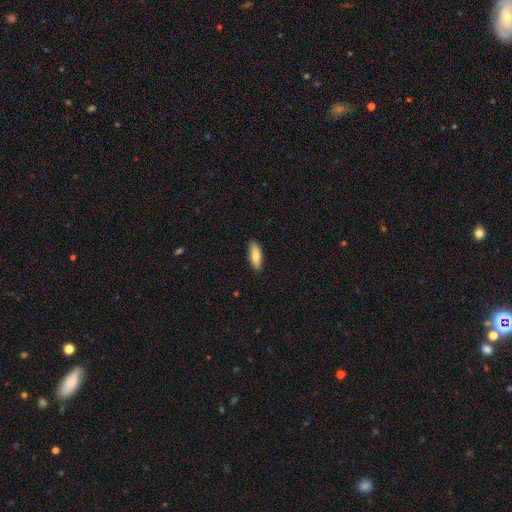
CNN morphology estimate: The model was most divided on "how rounded": in between: 61%, cigar-shaped: 36%, round: 2%. More confident: merging — none (87%); smooth or featured — smooth (77%).